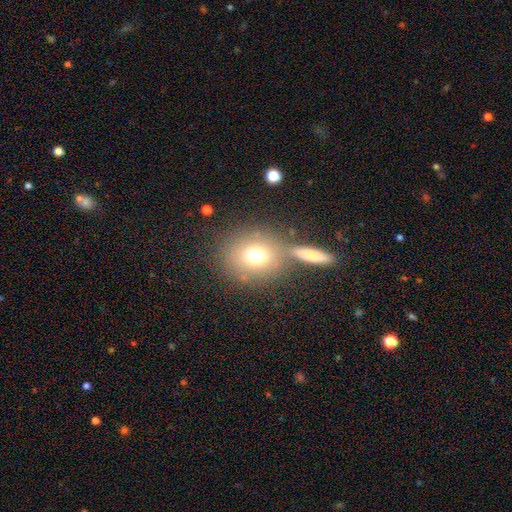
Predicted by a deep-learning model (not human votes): Smooth or featured? Predicted: smooth (p=0.72). How rounded? Predicted: round (p=0.71). Merging? Predicted: none (p=0.61).